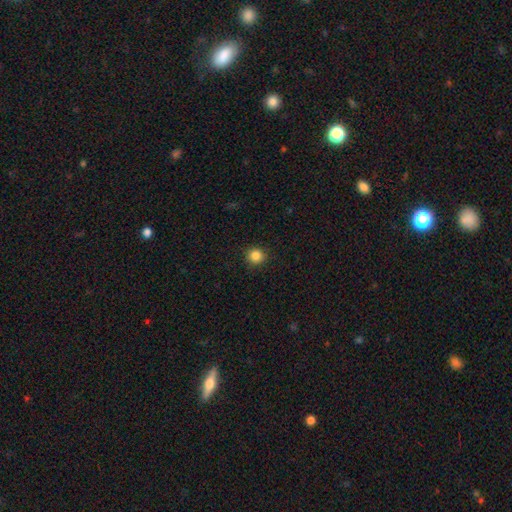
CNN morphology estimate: Smooth or featured? Predicted: smooth (p=0.86). How rounded? Predicted: round (p=0.93). Merging? Predicted: none (p=0.92).